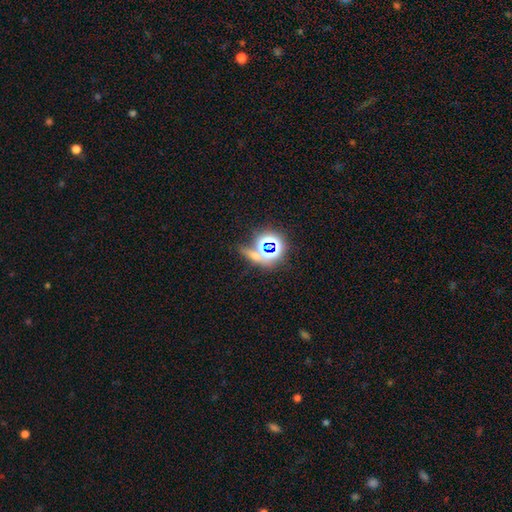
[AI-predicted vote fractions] smooth_or_featured: star or artifact (p=0.58) [alt: smooth p=0.30]